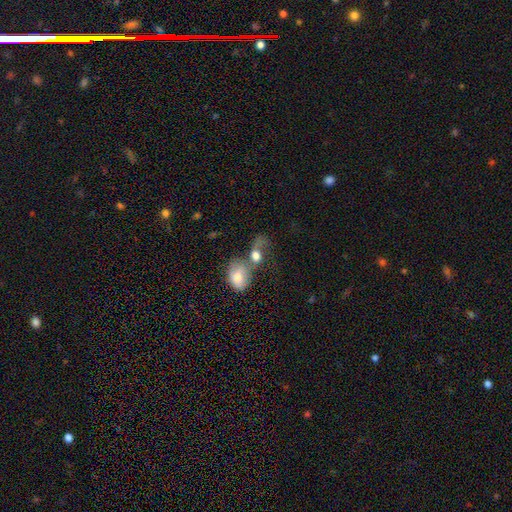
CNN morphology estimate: This appears to be a smooth galaxy with no disk features (67%) that is in between round and cigar-shaped (64%). Merging: merger (56%).